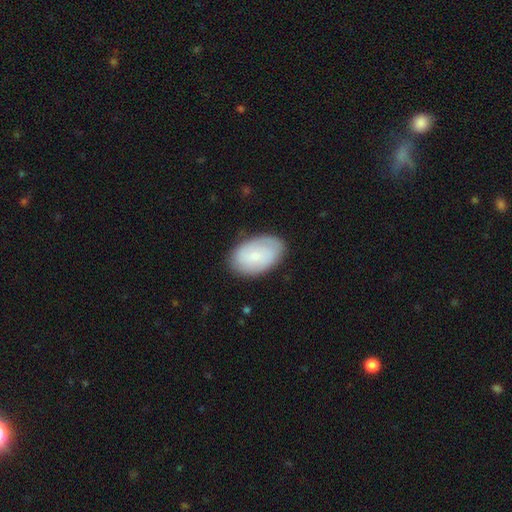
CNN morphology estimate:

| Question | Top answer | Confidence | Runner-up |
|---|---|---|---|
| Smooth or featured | smooth | 62% | featured or disk (32%) |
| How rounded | in between | 91% | round (8%) |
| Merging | none | 81% | minor disturbance (14%) |